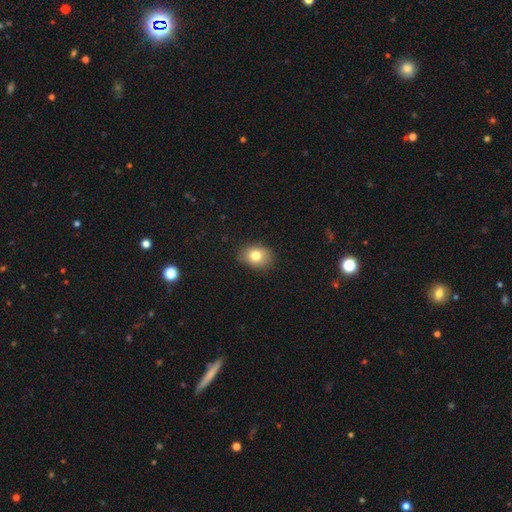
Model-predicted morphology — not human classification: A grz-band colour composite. It shows a smooth galaxy with no disk features (78%) that is in between round and cigar-shaped (53%). Merging: none (81%).